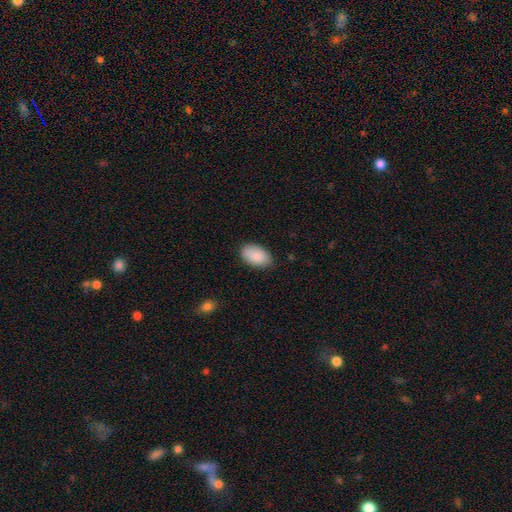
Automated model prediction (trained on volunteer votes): A smooth galaxy with no disk features (88%) that is in between round and cigar-shaped (93%).

Vote fractions:
- Smooth or featured? smooth: 88% / star or artifact: 6% / featured or disk: 6%
- How rounded? in between: 93% / round: 6% / cigar-shaped: 1%
- Merging? none: 82% / minor disturbance: 14% / major disturbance: 3% / merger: 1%